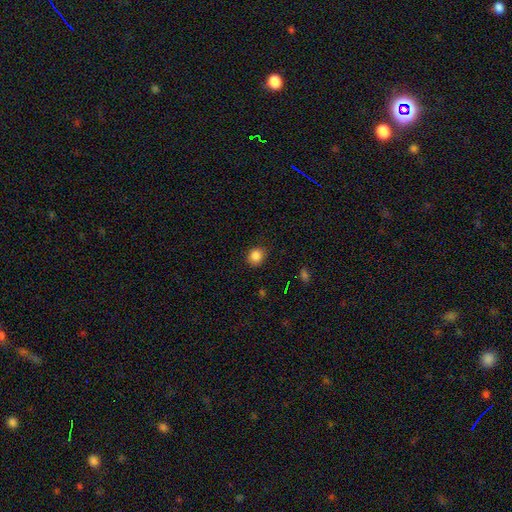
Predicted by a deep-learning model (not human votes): Morphology: type=smooth (86%); roundness=round (78%); merging=none (85%).